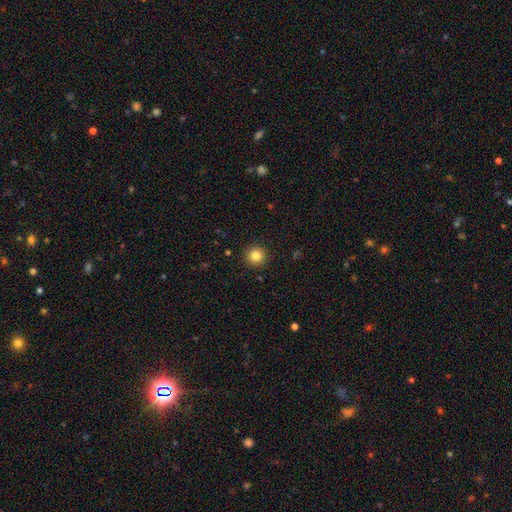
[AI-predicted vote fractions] Smooth or featured: smooth — 83% (star or artifact — 11%)
How rounded: round — 95% (in between — 4%)
Merging: none — 92% (minor disturbance — 5%)